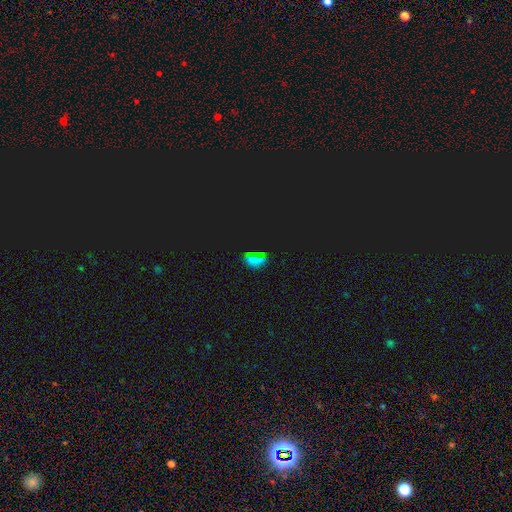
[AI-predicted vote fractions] Smooth or featured: star or artifact — 59% (smooth — 33%)